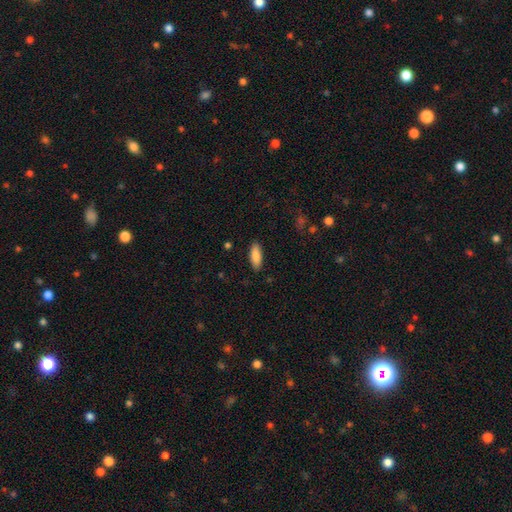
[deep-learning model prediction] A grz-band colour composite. It shows a smooth galaxy with no disk features (87%) that is in between round and cigar-shaped (69%). Merging: none (88%).